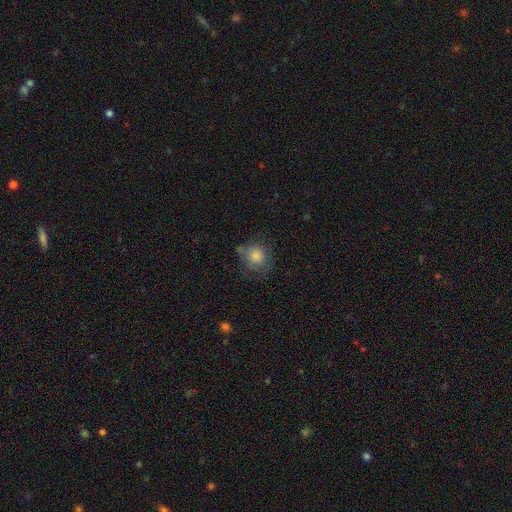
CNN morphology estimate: This appears to be a smooth galaxy with no disk features (78%) that is round (83%). Merging: none (63%).